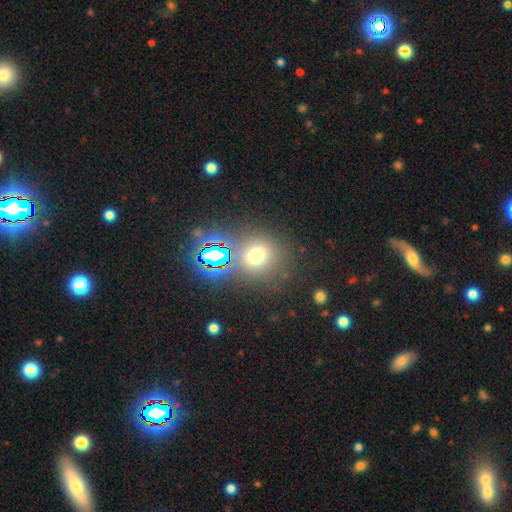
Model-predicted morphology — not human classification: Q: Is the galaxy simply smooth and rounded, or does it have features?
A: smooth — 60%.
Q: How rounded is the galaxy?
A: round — 73%.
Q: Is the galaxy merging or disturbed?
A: none — 75%.